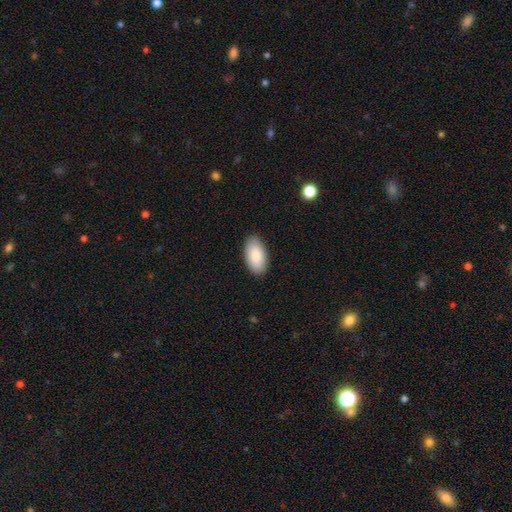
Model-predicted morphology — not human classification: Overall: smooth (88%). How rounded: in between (96%). Merging: none (88%).